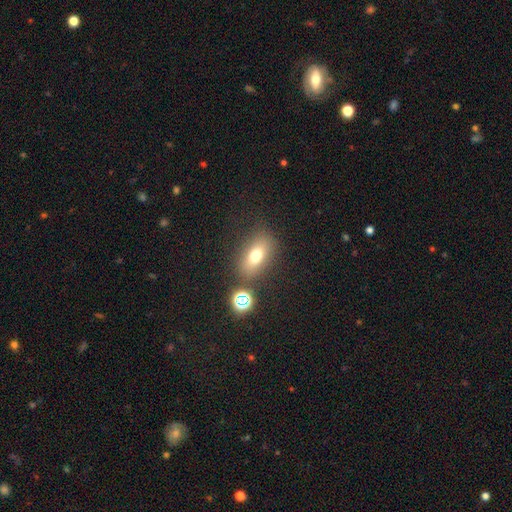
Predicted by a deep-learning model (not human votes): Smooth or featured? Predicted: smooth (p=0.70). How rounded? Predicted: in between (p=0.77). Merging? Predicted: none (p=0.77).